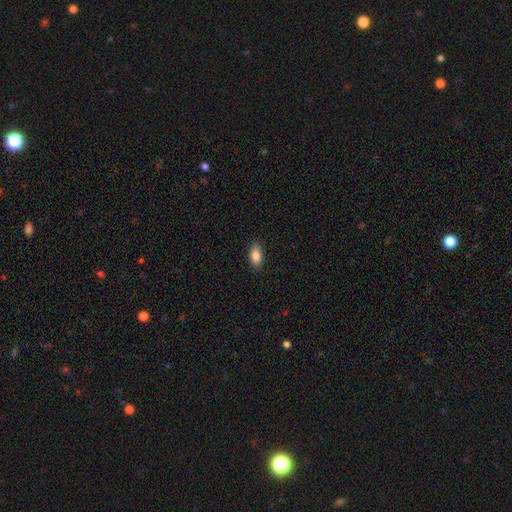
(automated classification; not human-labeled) This is clearly a smooth galaxy (86%). How rounded: clearly in between (86%). Merging: clearly none (86%).